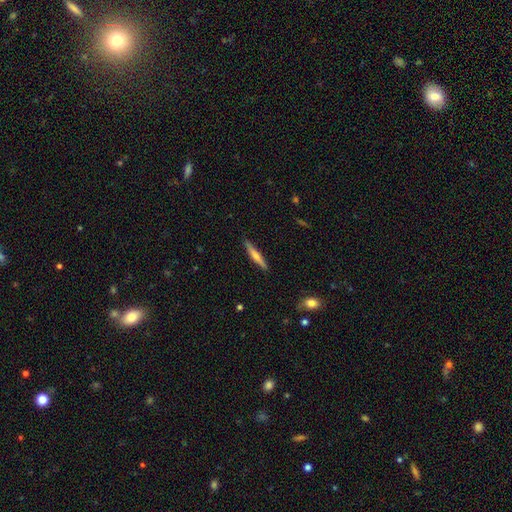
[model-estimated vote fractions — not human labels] Smooth or featured?
  - featured or disk: 53% *
  - smooth: 41%
  - star or artifact: 6%
Edge-on disk?
  - yes: 97% *
  - no: 3%
Edge-on bulge?
  - rounded: 75% *
  - none: 18%
  - boxy: 7%
Merging?
  - none: 90% *
  - minor disturbance: 7%
  - major disturbance: 1%
  - merger: 1%